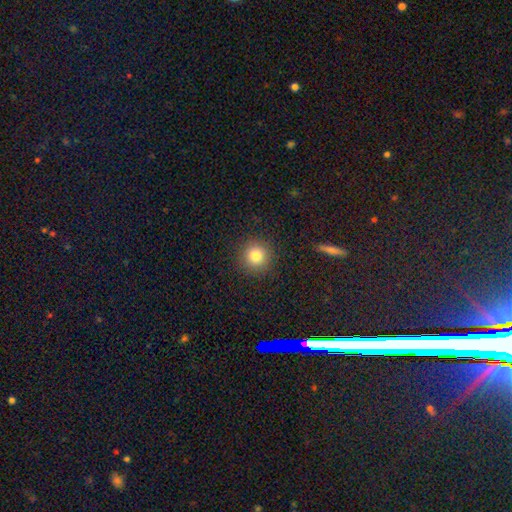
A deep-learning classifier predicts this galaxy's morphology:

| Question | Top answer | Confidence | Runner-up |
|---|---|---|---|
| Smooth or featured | smooth | 82% | star or artifact (12%) |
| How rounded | round | 95% | in between (4%) |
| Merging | none | 91% | minor disturbance (6%) |